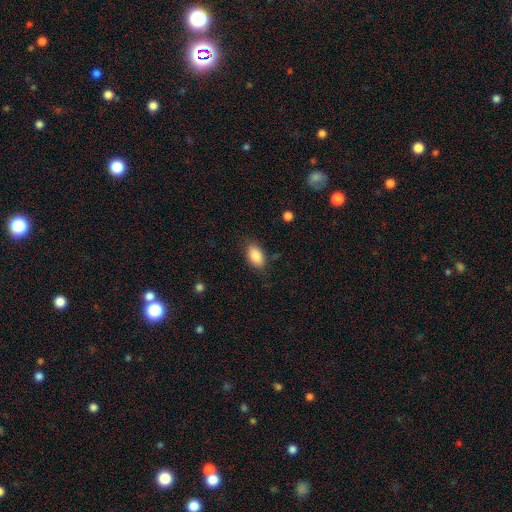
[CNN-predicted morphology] Q: Smooth or featured?
A: smooth (87%); runner-up: star or artifact (7%)
Q: How rounded?
A: in between (92%); runner-up: round (6%)
Q: Merging?
A: none (80%); runner-up: minor disturbance (15%)